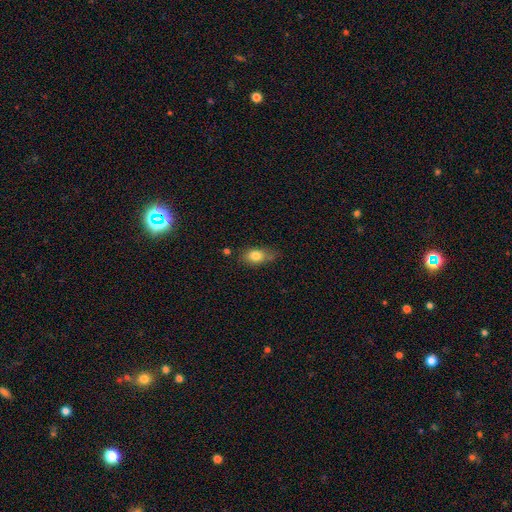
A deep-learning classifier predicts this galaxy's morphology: This appears to be a smooth galaxy with no disk features (79%) that is in between round and cigar-shaped (79%). Merging: none (57%).